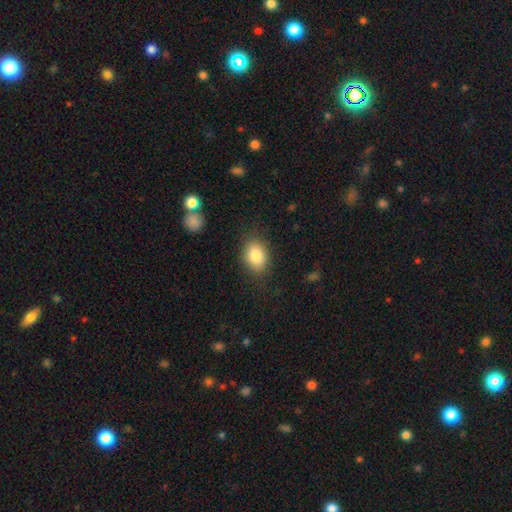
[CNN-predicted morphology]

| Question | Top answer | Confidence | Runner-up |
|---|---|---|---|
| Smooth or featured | smooth | 85% | star or artifact (8%) |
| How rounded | in between | 71% | round (27%) |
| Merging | none | 82% | minor disturbance (12%) |